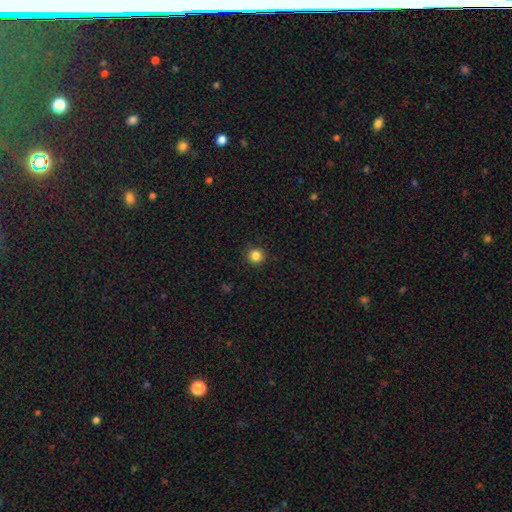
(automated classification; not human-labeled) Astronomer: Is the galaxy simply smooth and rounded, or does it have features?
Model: smooth — 84%.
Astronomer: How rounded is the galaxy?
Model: round — 94%.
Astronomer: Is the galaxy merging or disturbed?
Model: none — 92%.